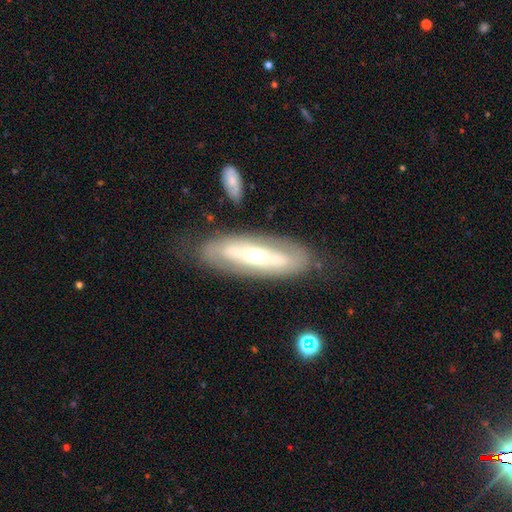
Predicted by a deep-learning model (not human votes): This appears to be a featured or disk galaxy (66%) with no bar (54%), no spiral arms (59%) and a moderate central bulge (61%). Merging: none (75%).